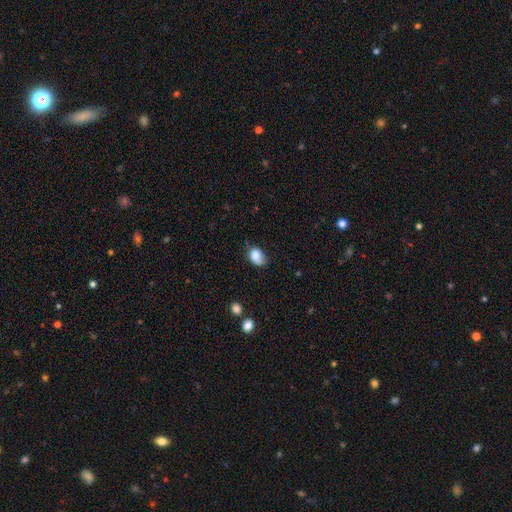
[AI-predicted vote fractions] Smooth or featured? Predicted: smooth (p=0.81). How rounded? Predicted: in between (p=0.79). Merging? Predicted: none (p=0.48).